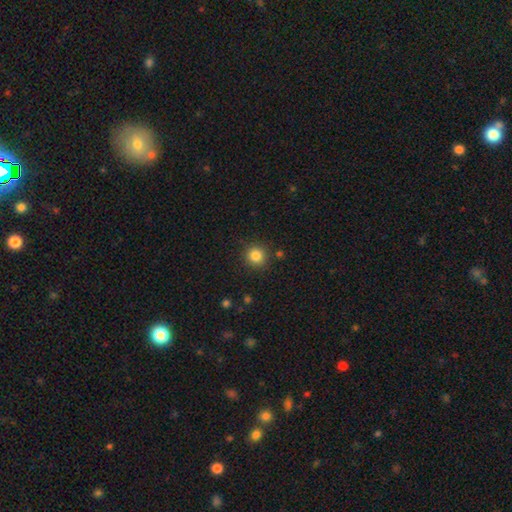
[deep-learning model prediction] The model was most divided on "smooth or featured": smooth: 84%, star or artifact: 11%, featured or disk: 5%. More confident: how rounded — round (92%); merging — none (88%).